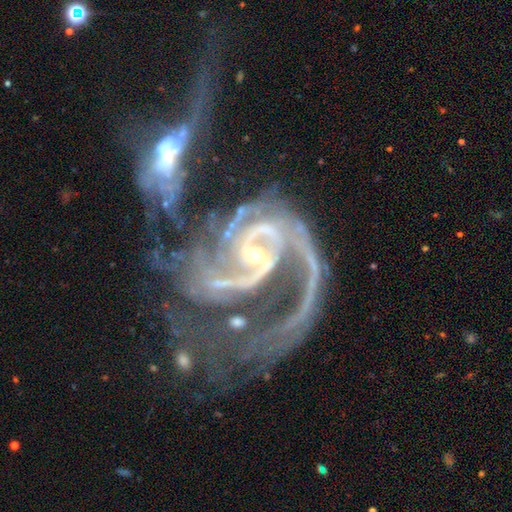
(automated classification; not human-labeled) Smooth or featured?
  - featured or disk: 92% *
  - star or artifact: 5%
  - smooth: 3%
Edge-on disk?
  - no: 98% *
  - yes: 2%
Bar?
  - no: 41% *
  - weak: 38%
  - strong: 21%
Spiral arms?
  - yes: 97% *
  - no: 3%
Spiral winding?
  - medium: 47% *
  - tight: 29%
  - loose: 24%
Spiral arm count?
  - 2: 56% *
  - can't tell: 12%
  - 3: 11%
  - 1: 10%
  - 4: 5%
  - more than 4: 5%
Bulge size?
  - small: 64% *
  - moderate: 28%
  - none: 4%
  - large: 2%
  - dominant: 1%
Merging?
  - merger: 62% *
  - major disturbance: 21%
  - none: 10%
  - minor disturbance: 7%